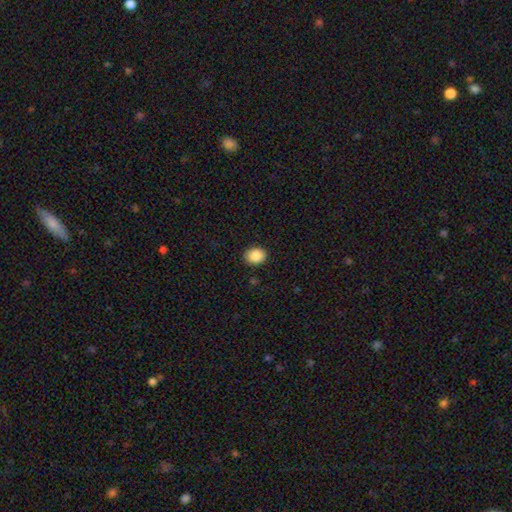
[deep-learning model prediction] Smooth or featured? smooth (88%)
How rounded? round (55%)
Merging? none (90%)